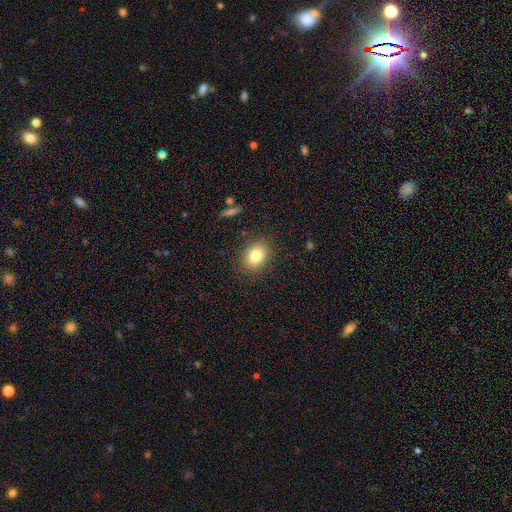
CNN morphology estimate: Smooth or featured? Predicted: smooth (p=0.80). How rounded? Predicted: in between (p=0.58). Merging? Predicted: none (p=0.86).